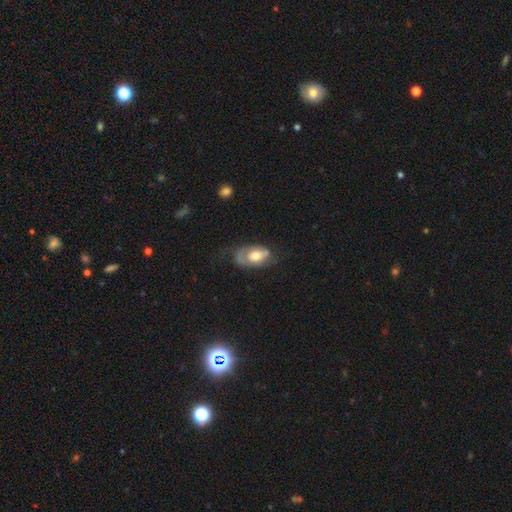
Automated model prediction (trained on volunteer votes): Smooth or featured?
  - featured or disk: 54% *
  - smooth: 40%
  - star or artifact: 6%
Edge-on disk?
  - no: 93% *
  - yes: 7%
Bar?
  - no: 78% *
  - weak: 18%
  - strong: 4%
Spiral arms?
  - yes: 60% *
  - no: 40%
Bulge size?
  - moderate: 64% *
  - large: 21%
  - small: 12%
  - dominant: 2%
  - none: 2%
Merging?
  - none: 41% *
  - minor disturbance: 28%
  - major disturbance: 27%
  - merger: 4%